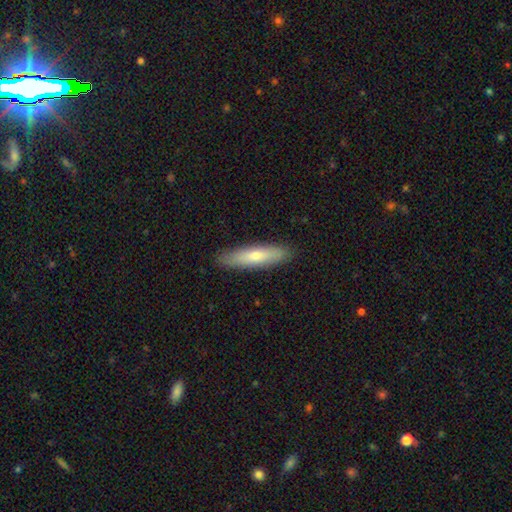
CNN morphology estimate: A smooth galaxy with no disk features (66%) that is cigar-shaped (78%).

Vote fractions:
- Smooth or featured? smooth: 66% / featured or disk: 28% / star or artifact: 6%
- How rounded? cigar-shaped: 78% / in between: 21% / round: 2%
- Merging? none: 89% / minor disturbance: 8% / major disturbance: 2% / merger: 1%